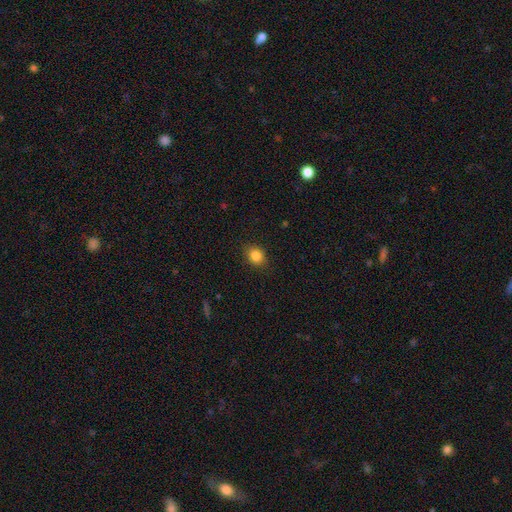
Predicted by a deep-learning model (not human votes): smooth-or-featured: smooth: 84% | star or artifact: 11% | featured or disk: 5%
  how-rounded: round: 57% | in between: 42% | cigar-shaped: 1%
  merging: none: 87% | minor disturbance: 10% | major disturbance: 2% | merger: 1%